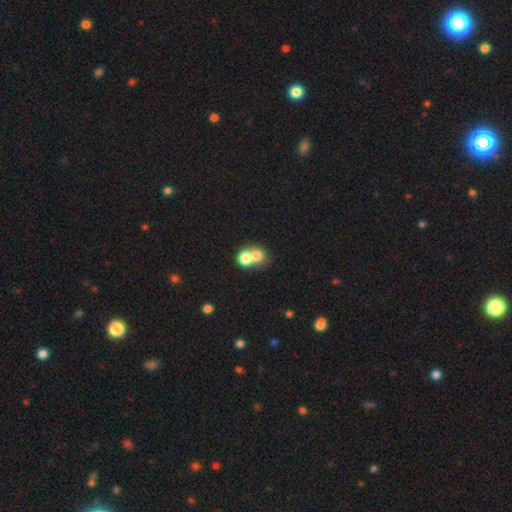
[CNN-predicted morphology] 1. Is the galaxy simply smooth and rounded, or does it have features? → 73% smooth, 16% featured or disk, 11% star or artifact.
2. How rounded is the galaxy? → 73% round, 26% in between, 1% cigar-shaped.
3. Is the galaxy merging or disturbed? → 66% merger, 27% none, 5% minor disturbance, 3% major disturbance.